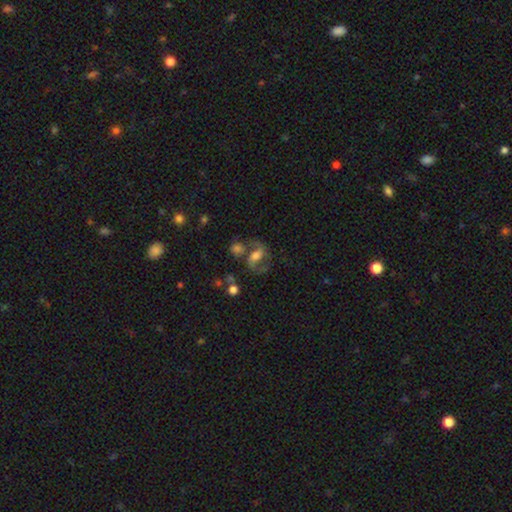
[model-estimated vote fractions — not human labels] smooth-or-featured: featured or disk: 73% | smooth: 18% | star or artifact: 9%
  disk-edge-on: no: 96% | yes: 4%
    bar: weak: 40% | strong: 35% | no: 26%
    has-spiral-arms: yes: 89% | no: 11%
      spiral-winding: medium: 54% | loose: 31% | tight: 15%
      spiral-arm-count: 2: 89% | can't tell: 5% | 1: 4% | 3: 1% | 4: 1% | more than 4: 1%
    bulge-size: moderate: 57% | small: 22% | large: 16% | none: 4% | dominant: 2%
  merging: none: 51% | merger: 22% | minor disturbance: 15% | major disturbance: 12%